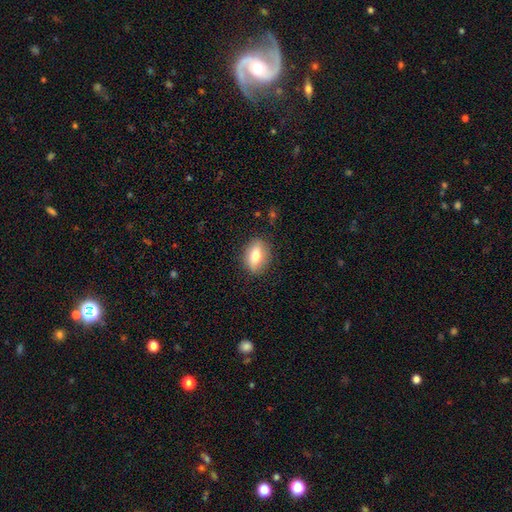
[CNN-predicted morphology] Smooth or featured? smooth (72%)
How rounded? in between (79%)
Merging? none (84%)